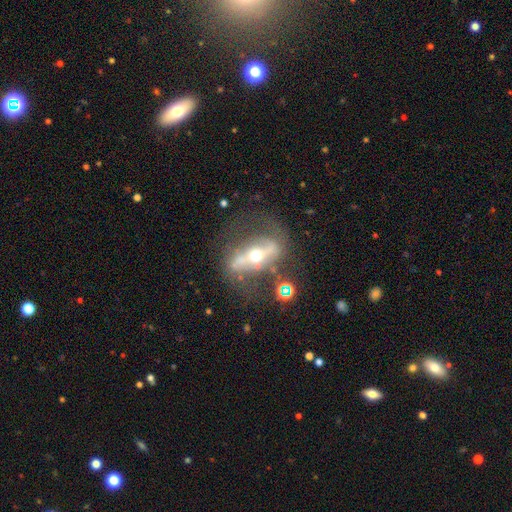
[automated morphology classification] This is likely a featured or disk galaxy (75%). It is likely not viewed edge-on (79%). Bar: possibly strong (57%). Spiral arm pattern: possibly yes (52%). Central bulge: likely moderate (68%). Merging: possibly none (58%).